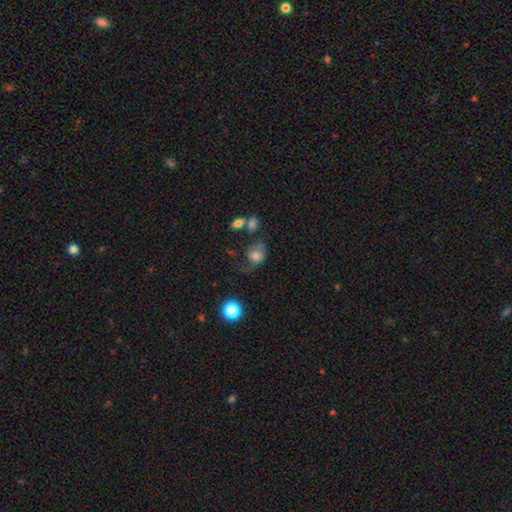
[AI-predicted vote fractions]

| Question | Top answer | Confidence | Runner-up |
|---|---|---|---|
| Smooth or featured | smooth | 66% | featured or disk (23%) |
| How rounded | round | 55% | in between (44%) |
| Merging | major disturbance | 41% | none (27%) |